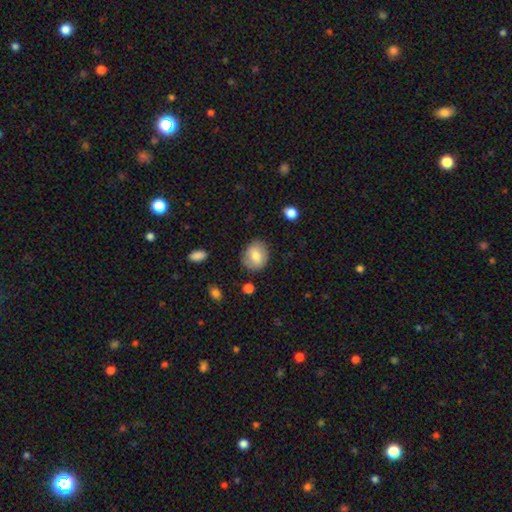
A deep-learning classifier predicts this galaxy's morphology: Smooth or featured: smooth — 74% (featured or disk — 18%)
How rounded: round — 60% (in between — 39%)
Merging: none — 82% (minor disturbance — 13%)